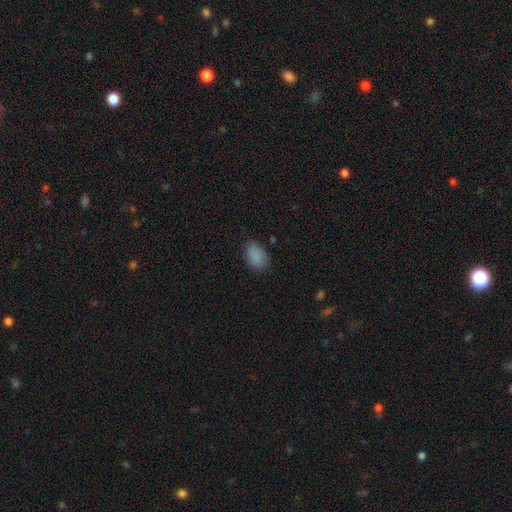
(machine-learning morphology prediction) Smooth or featured? smooth (86%)
How rounded? in between (86%)
Merging? none (77%)